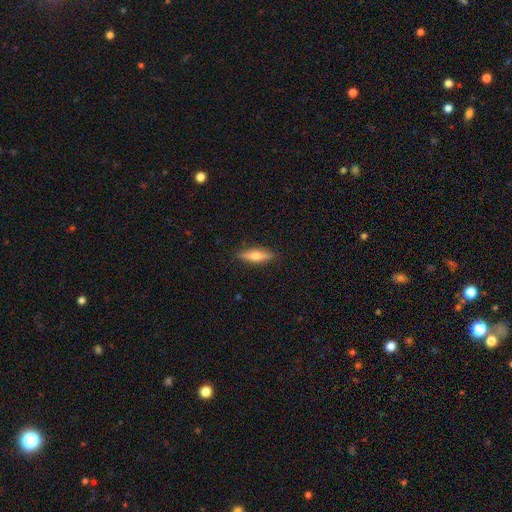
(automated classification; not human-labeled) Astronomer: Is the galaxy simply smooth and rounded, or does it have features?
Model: smooth — 55% (runner-up: featured or disk, 38%).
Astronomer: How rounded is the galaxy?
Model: cigar-shaped — 64%.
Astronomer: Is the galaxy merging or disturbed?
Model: none — 88%.